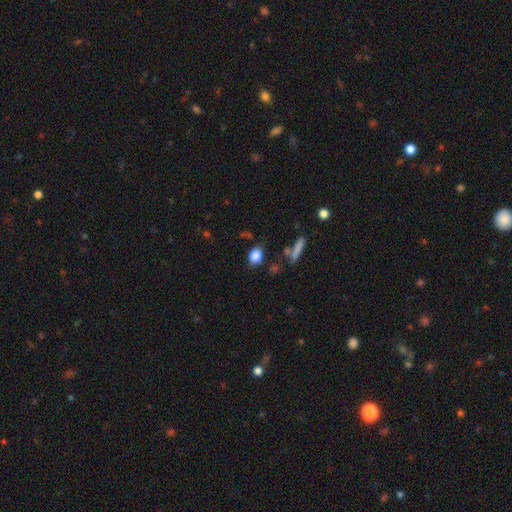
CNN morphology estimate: Smooth or featured? Predicted: smooth (p=0.85). How rounded? Predicted: in between (p=0.65). Merging? Predicted: none (p=0.75).